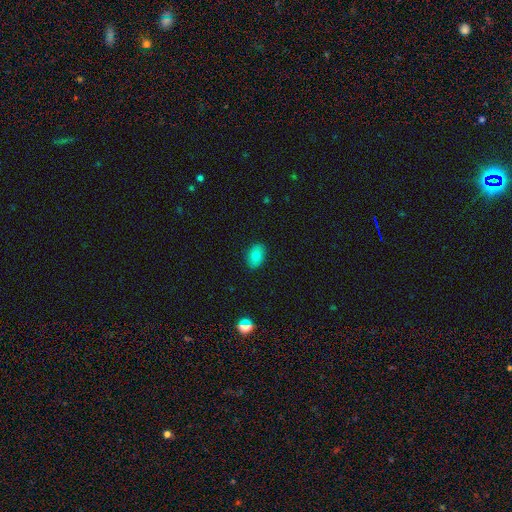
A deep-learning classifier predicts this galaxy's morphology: A smooth galaxy with no disk features (76%) that is in between round and cigar-shaped (83%).

Vote fractions:
- Smooth or featured? smooth: 76% / featured or disk: 14% / star or artifact: 10%
- How rounded? in between: 83% / round: 16% / cigar-shaped: 1%
- Merging? none: 89% / minor disturbance: 8% / major disturbance: 2% / merger: 1%